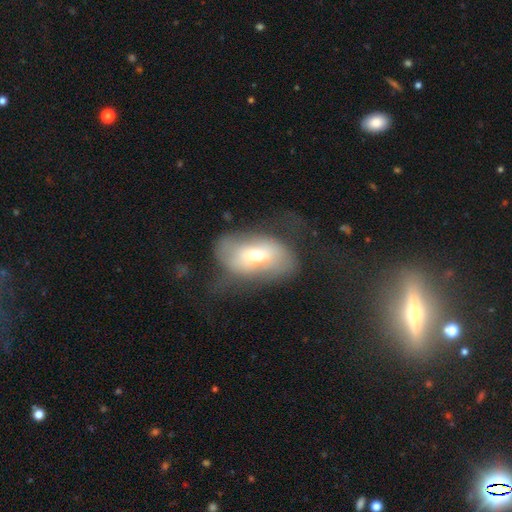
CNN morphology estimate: The model was most divided on "smooth or featured": featured or disk: 51%, smooth: 39%, star or artifact: 10%. Remaining: edge-on disk — no (90%); merging — none (44%).